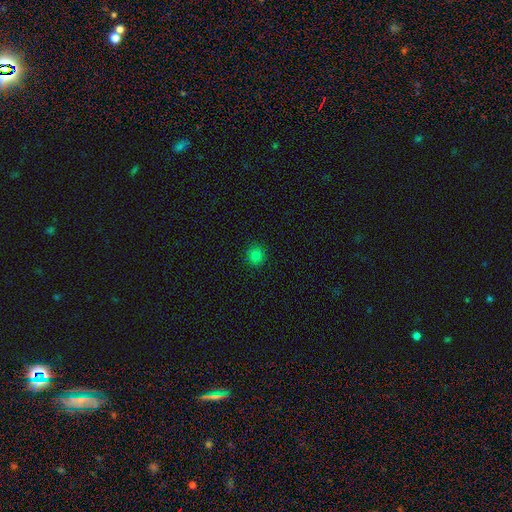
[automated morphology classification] Overall: smooth (82%). How rounded: round (91%). Merging: none (91%).